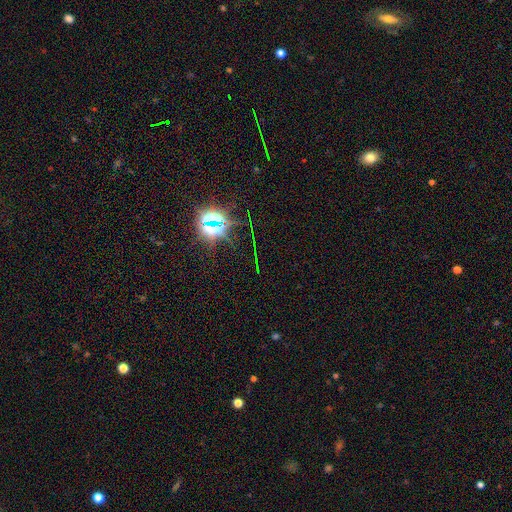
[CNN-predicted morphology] Smooth or featured? Predicted: star or artifact (p=0.84).